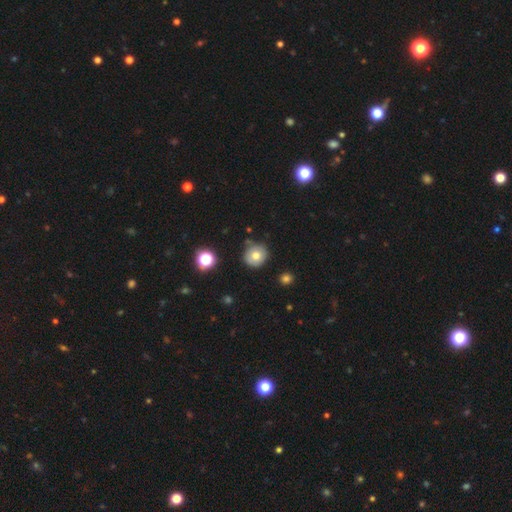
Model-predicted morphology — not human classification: Smooth or featured?
  - smooth: 73% *
  - featured or disk: 15%
  - star or artifact: 12%
How rounded?
  - round: 91% *
  - in between: 8%
  - cigar-shaped: 1%
Merging?
  - none: 77% *
  - minor disturbance: 16%
  - merger: 4%
  - major disturbance: 4%